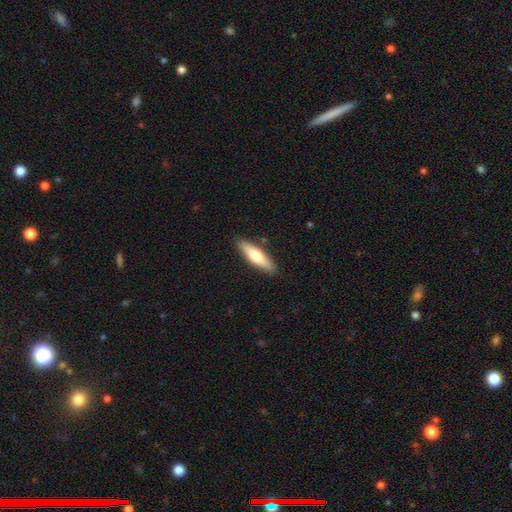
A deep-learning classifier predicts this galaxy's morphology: smooth-or-featured: smooth: 63% | featured or disk: 32% | star or artifact: 5%
  how-rounded: cigar-shaped: 66% | in between: 32% | round: 2%
  merging: none: 88% | minor disturbance: 9% | major disturbance: 2% | merger: 1%